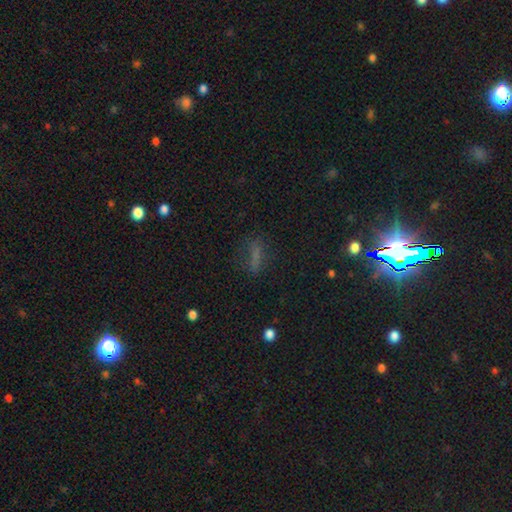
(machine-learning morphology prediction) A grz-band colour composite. It shows a smooth galaxy with no disk features (63%) that is cigar-shaped (51%). Merging: none (65%).